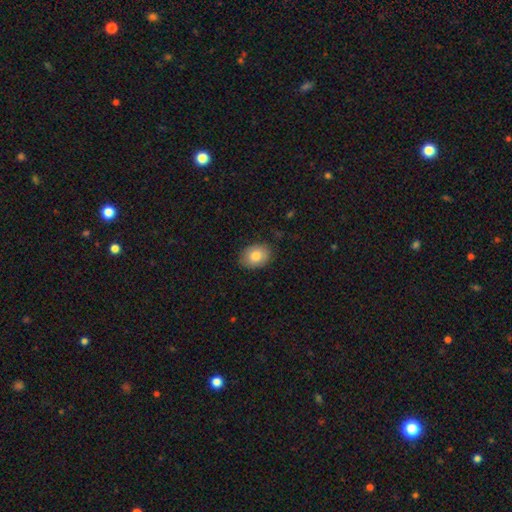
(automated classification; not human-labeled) This appears to be a smooth galaxy with no disk features (82%) that is in between round and cigar-shaped (70%). Merging: none (85%).